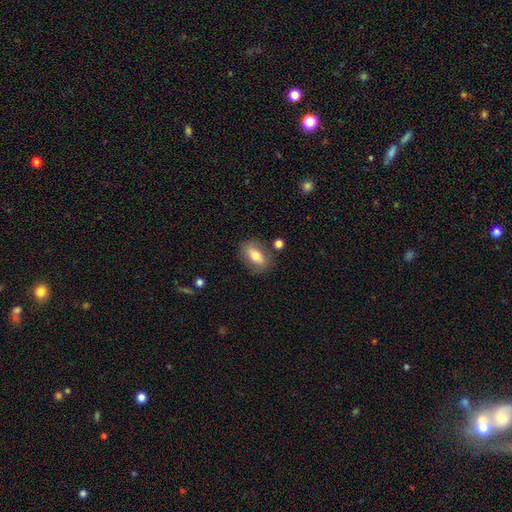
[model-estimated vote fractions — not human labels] smooth_or_featured: smooth (p=0.61) [alt: featured or disk p=0.31]
how_rounded: in between (p=0.81) [alt: round p=0.12]
merging: none (p=0.77) [alt: minor disturbance p=0.14]